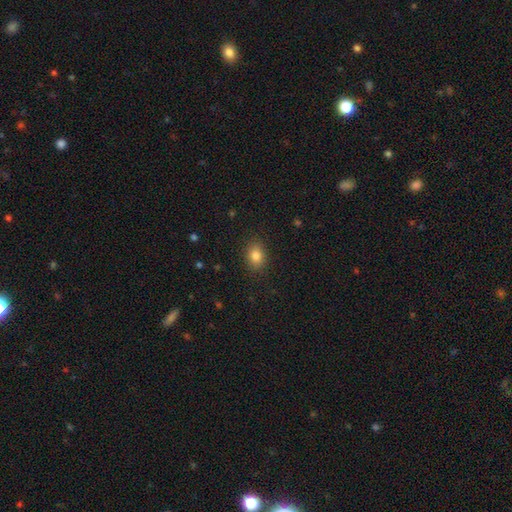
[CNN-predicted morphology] A smooth galaxy with no disk features (83%) that is in between round and cigar-shaped (62%).

Vote fractions:
- Smooth or featured? smooth: 83% / star or artifact: 11% / featured or disk: 6%
- How rounded? in between: 62% / round: 37% / cigar-shaped: 1%
- Merging? none: 88% / minor disturbance: 9% / major disturbance: 3% / merger: 1%